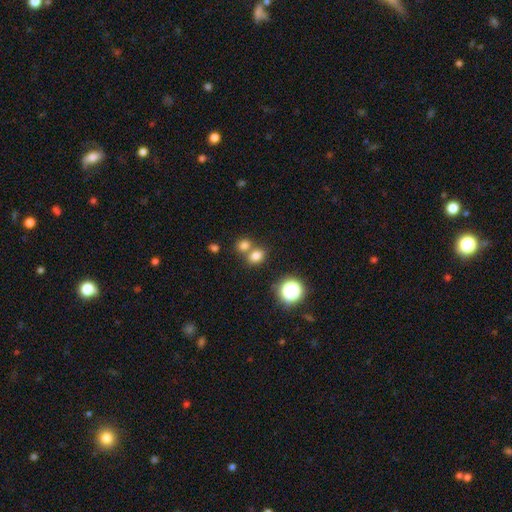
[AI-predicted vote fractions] Morphology: type=smooth (77%); roundness=in between (55%); merging=none (50%).